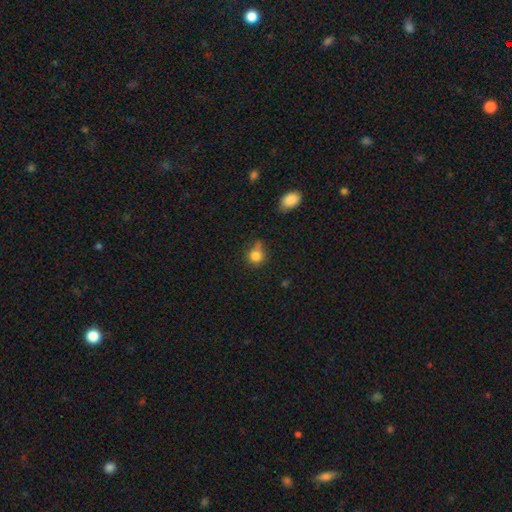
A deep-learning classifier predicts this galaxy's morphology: smooth-or-featured: smooth: 80% | star or artifact: 12% | featured or disk: 8%
  how-rounded: round: 79% | in between: 20% | cigar-shaped: 1%
  merging: none: 52% | minor disturbance: 27% | merger: 11% | major disturbance: 10%